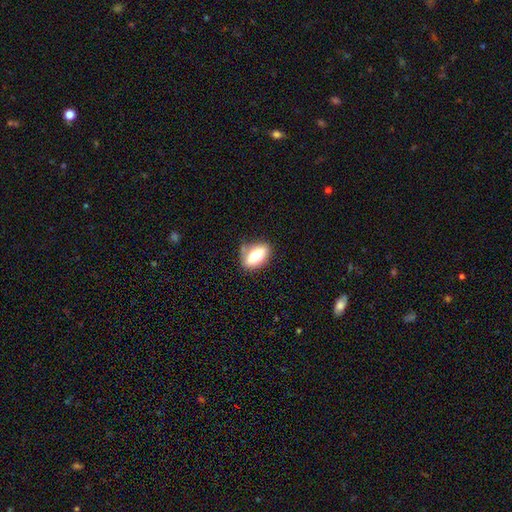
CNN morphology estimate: Smooth or featured: smooth — 72% (featured or disk — 20%)
How rounded: in between — 83% (cigar-shaped — 10%)
Merging: none — 70% (minor disturbance — 20%)